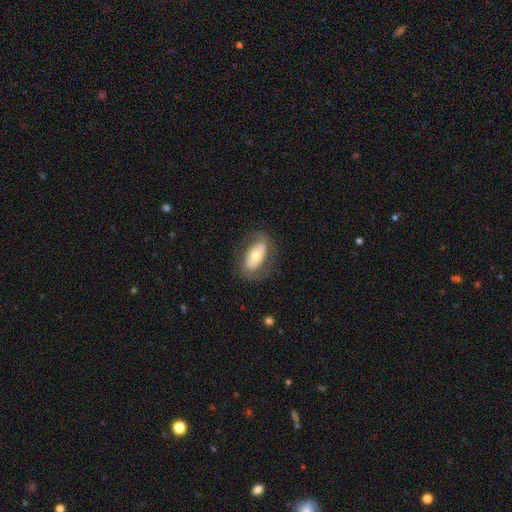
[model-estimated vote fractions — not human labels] Smooth or featured?
  - featured or disk: 51% *
  - smooth: 43%
  - star or artifact: 7%
Edge-on disk?
  - no: 88% *
  - yes: 12%
Merging?
  - none: 73% *
  - minor disturbance: 16%
  - major disturbance: 10%
  - merger: 1%